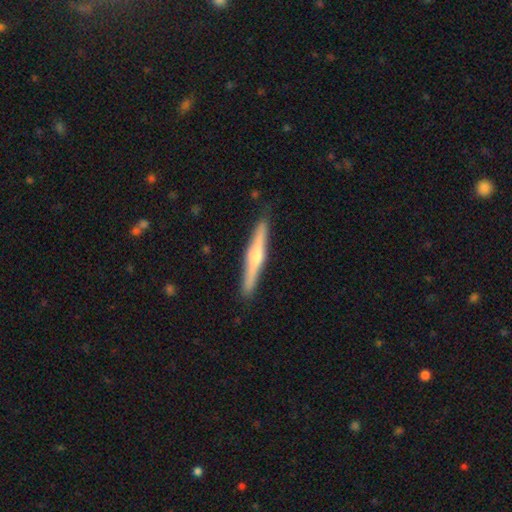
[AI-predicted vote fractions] featured or disk 67%, smooth 27%, star or artifact 5%. Down the decision tree: edge-on disk — yes (97%); edge-on bulge — rounded (88%); merging — none (91%).